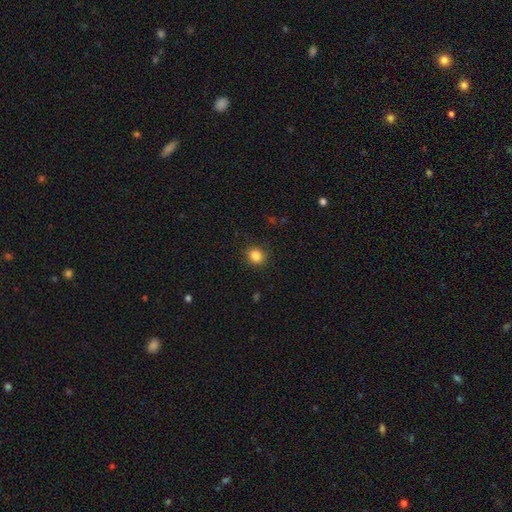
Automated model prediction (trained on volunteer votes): Smooth or featured: smooth — 85% (star or artifact — 11%)
How rounded: round — 83% (in between — 17%)
Merging: none — 88% (minor disturbance — 9%)